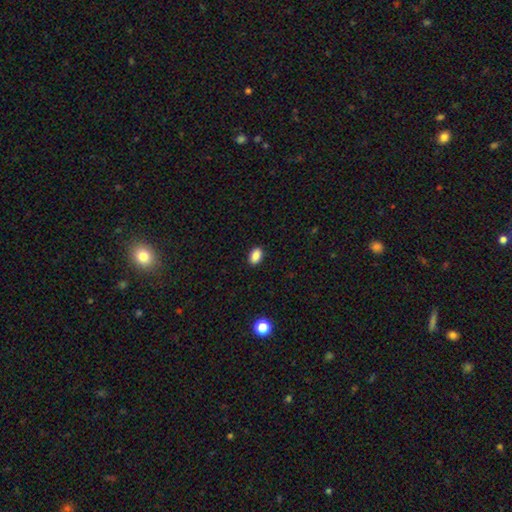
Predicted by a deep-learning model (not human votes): This is clearly a smooth galaxy (88%). How rounded: clearly in between (86%). Merging: clearly none (90%).